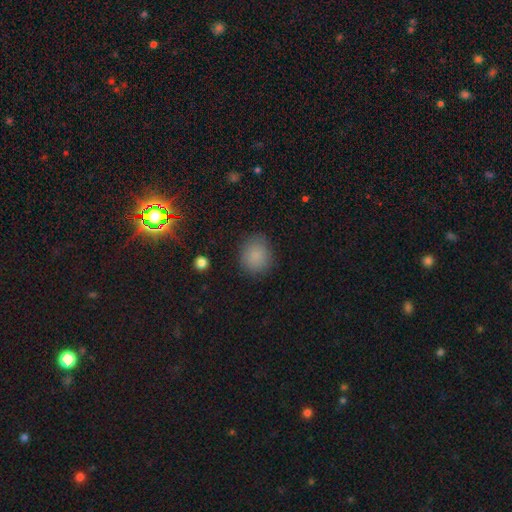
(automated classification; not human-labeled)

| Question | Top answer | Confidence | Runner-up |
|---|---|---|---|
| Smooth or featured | smooth | 84% | star or artifact (10%) |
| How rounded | round | 78% | in between (21%) |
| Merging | none | 83% | minor disturbance (13%) |